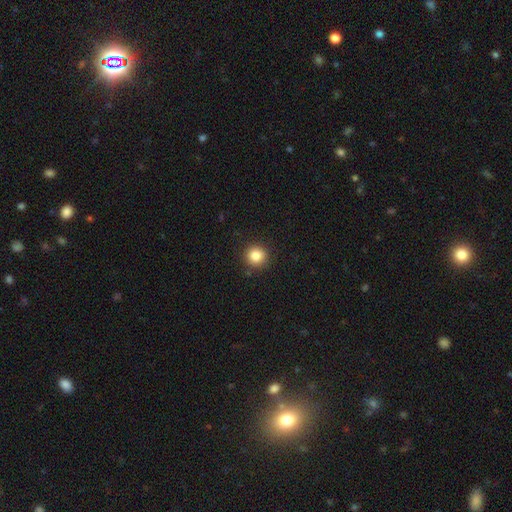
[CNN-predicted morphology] Smooth or featured? Predicted: smooth (p=0.85). How rounded? Predicted: round (p=0.90). Merging? Predicted: none (p=0.90).